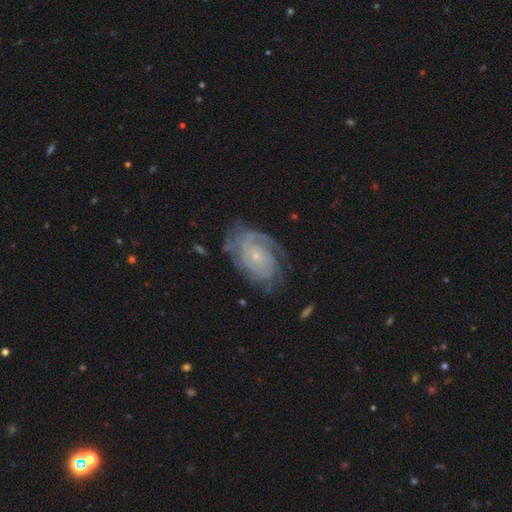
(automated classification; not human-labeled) Smooth or featured? Predicted: featured or disk (p=0.83). Edge-on disk? Predicted: no (p=0.96). Bar? Predicted: no (p=0.72). Spiral arms? Predicted: yes (p=0.96). Spiral winding? Predicted: tight (p=0.71). Spiral arm count? Predicted: 2 (p=0.32). Bulge size? Predicted: small (p=0.77). Merging? Predicted: none (p=0.72).